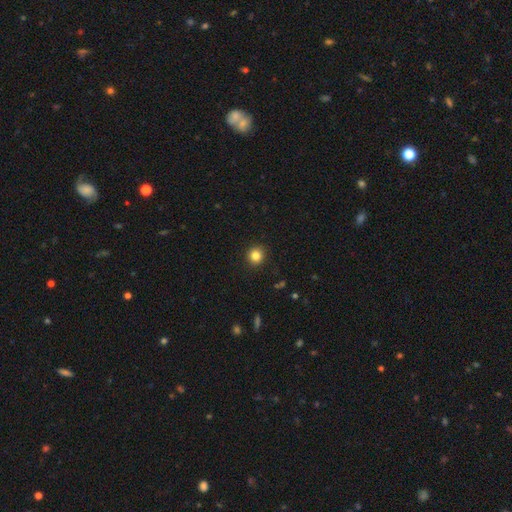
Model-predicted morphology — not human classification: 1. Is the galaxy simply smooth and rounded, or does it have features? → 84% smooth, 11% star or artifact, 5% featured or disk.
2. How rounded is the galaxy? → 92% round, 7% in between, 1% cigar-shaped.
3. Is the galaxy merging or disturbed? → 92% none, 5% minor disturbance, 2% major disturbance, 1% merger.